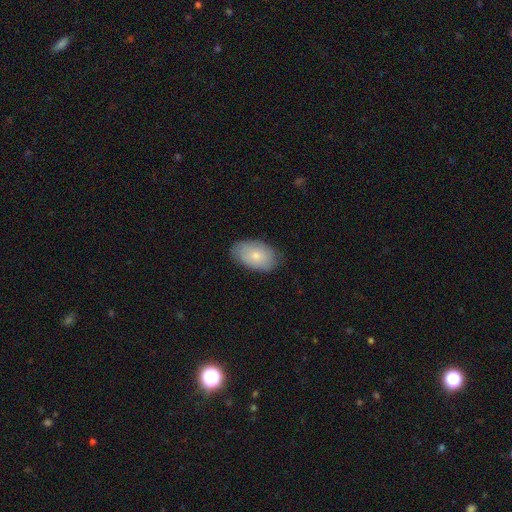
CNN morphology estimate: type=smooth (74%); roundness=in between (92%); merging=none (79%).